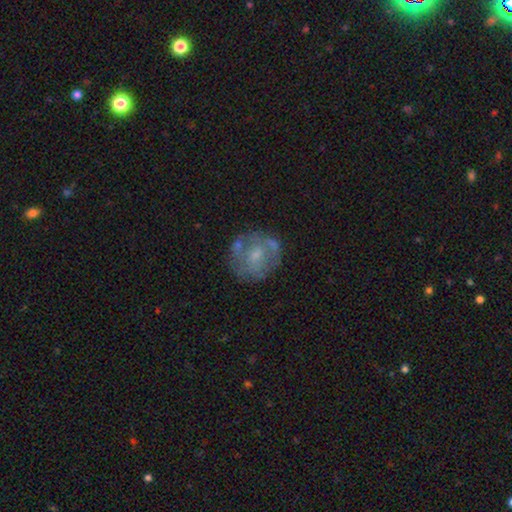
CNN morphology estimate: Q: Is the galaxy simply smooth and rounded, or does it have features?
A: featured or disk — 54%.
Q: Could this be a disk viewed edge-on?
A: no — 97%.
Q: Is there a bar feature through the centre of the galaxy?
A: no — 73%.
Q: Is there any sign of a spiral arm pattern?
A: no — 71%.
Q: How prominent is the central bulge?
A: small — 48%.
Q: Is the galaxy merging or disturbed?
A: none — 62%.